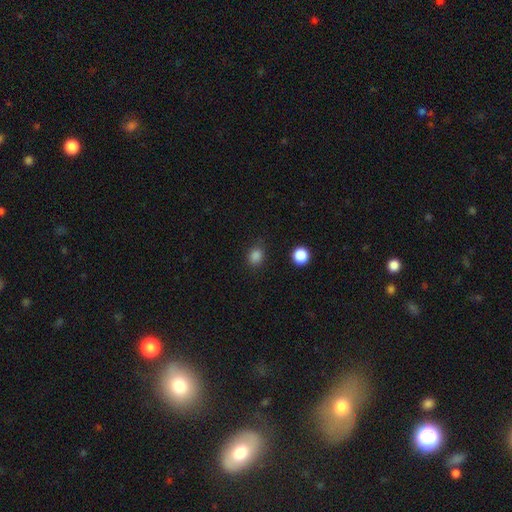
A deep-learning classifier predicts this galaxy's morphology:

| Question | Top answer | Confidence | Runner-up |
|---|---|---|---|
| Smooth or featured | smooth | 84% | star or artifact (13%) |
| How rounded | round | 61% | in between (38%) |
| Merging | none | 77% | minor disturbance (16%) |